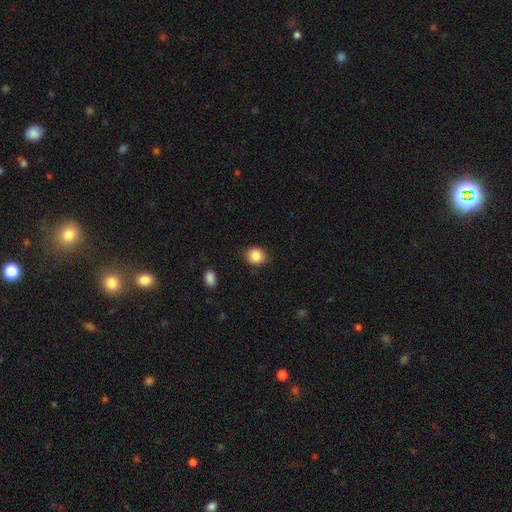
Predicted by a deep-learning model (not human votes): This is clearly a smooth galaxy (87%). How rounded: likely round (72%). Merging: clearly none (85%).